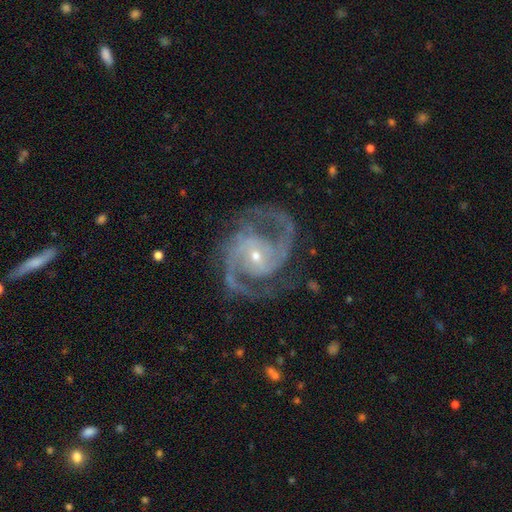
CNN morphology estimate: Overall: featured or disk (93%). Edge-on disk: no (98%). Bar: no (46%; weak 37%). Spiral arms: yes (98%). Spiral arm count: 2 (85%). Spiral winding: medium (62%; tight 24%). Bulge size: small (68%; moderate 29%). Merging: none (75%).